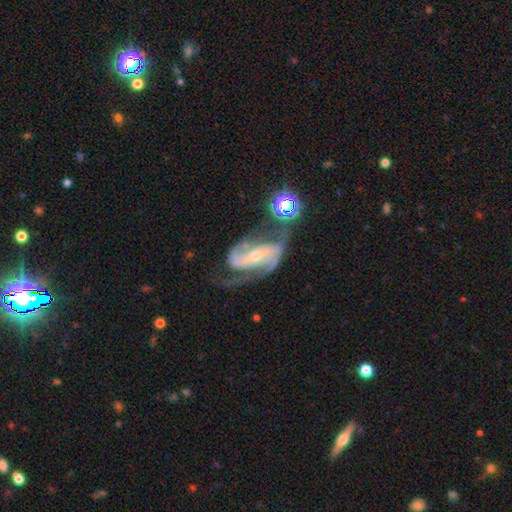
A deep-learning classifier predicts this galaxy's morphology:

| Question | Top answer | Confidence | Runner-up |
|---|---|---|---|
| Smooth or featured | featured or disk | 89% | star or artifact (6%) |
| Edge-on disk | no | 97% | yes (3%) |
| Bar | strong | 39% | weak (33%) |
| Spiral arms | yes | 97% | no (3%) |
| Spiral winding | medium | 51% | loose (26%) |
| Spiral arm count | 2 | 86% | can't tell (5%) |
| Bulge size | small | 58% | moderate (38%) |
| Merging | none | 52% | major disturbance (22%) |